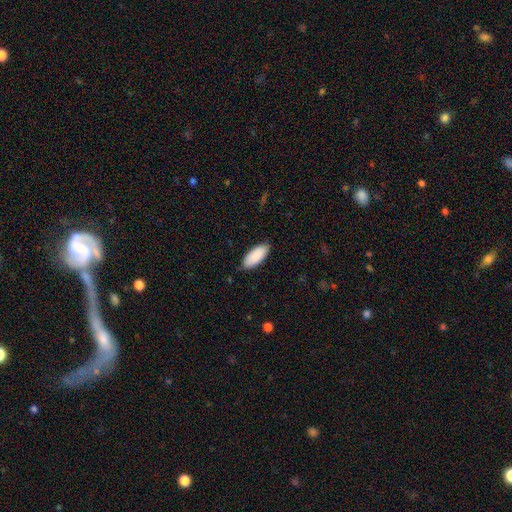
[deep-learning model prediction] Smooth or featured? Predicted: smooth (p=0.91). How rounded? Predicted: in between (p=0.88). Merging? Predicted: none (p=0.85).